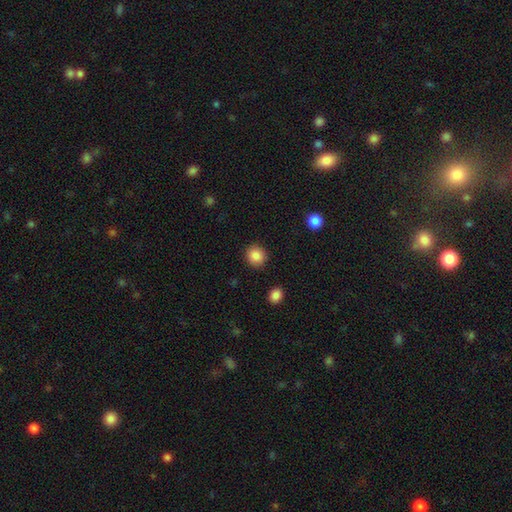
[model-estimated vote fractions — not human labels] Smooth or featured: smooth — 87% (star or artifact — 9%)
How rounded: round — 85% (in between — 14%)
Merging: none — 90% (minor disturbance — 6%)